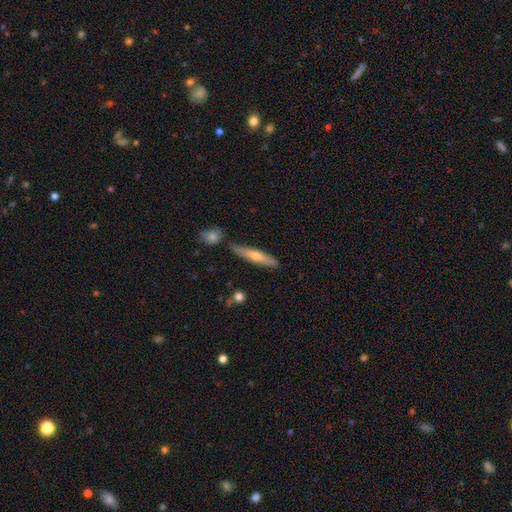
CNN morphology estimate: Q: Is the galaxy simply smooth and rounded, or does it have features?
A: featured or disk — 53%.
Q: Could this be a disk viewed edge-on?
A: yes — 90%.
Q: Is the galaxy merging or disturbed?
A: none — 83%.